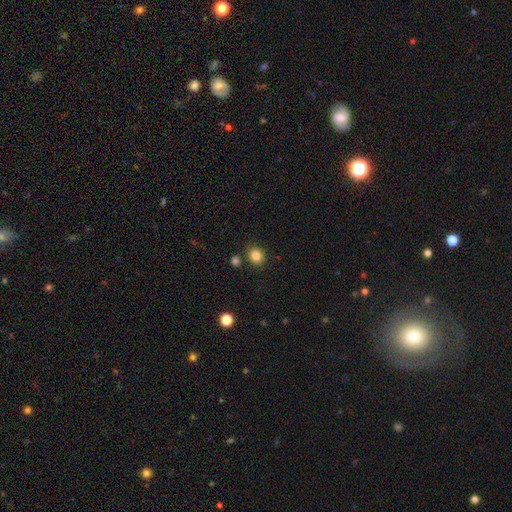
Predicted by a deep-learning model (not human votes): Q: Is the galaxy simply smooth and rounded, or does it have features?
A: smooth — 84%.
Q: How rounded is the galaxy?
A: round — 76%.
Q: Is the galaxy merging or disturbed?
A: none — 85%.